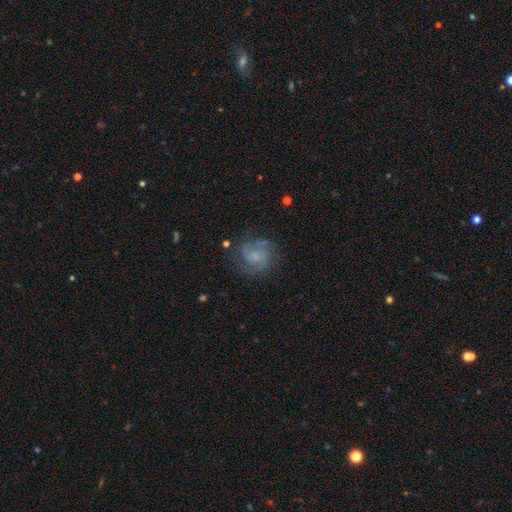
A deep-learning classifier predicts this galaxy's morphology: type=featured or disk (72%); edge-on=no (98%); bar=no (66%); spiral arms=yes (93%); winding=medium (45%); arm count=2 (51%); bulge=small (47%); merging=none (69%).